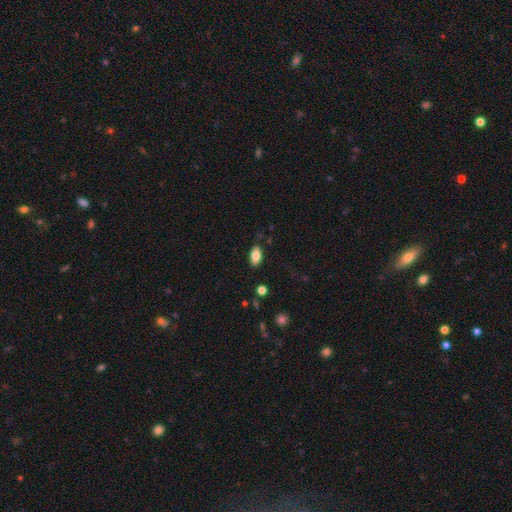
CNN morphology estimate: Overall: smooth (80%). How rounded: in between (91%). Merging: none (84%).